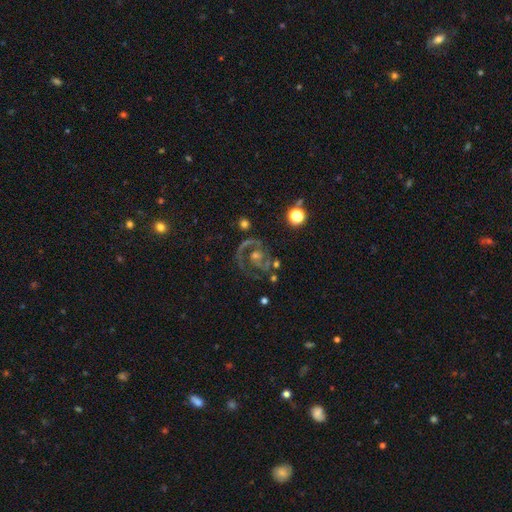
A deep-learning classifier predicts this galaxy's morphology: smooth-or-featured: featured or disk: 81% | star or artifact: 11% | smooth: 8%
  disk-edge-on: no: 98% | yes: 2%
    bar: no: 62% | weak: 28% | strong: 9%
    has-spiral-arms: yes: 91% | no: 9%
      spiral-winding: medium: 50% | tight: 33% | loose: 18%
      spiral-arm-count: 2: 59% | 1: 25% | can't tell: 8% | 3: 4% | 4: 2% | more than 4: 2%
    bulge-size: moderate: 47% | small: 42% | none: 6% | large: 4% | dominant: 2%
  merging: none: 58% | major disturbance: 18% | minor disturbance: 17% | merger: 7%